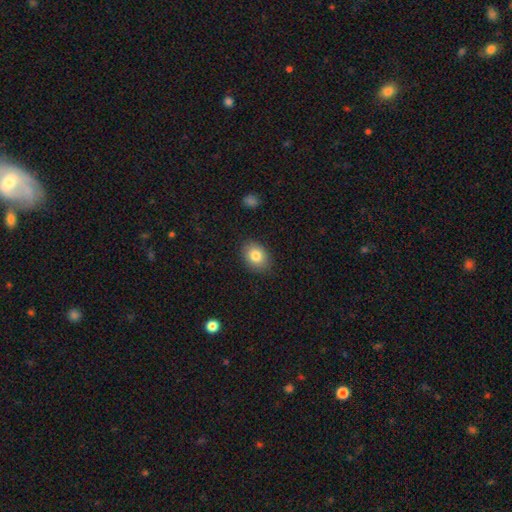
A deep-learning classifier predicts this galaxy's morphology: smooth-or-featured: smooth: 83% | featured or disk: 9% | star or artifact: 8%
  how-rounded: in between: 69% | round: 30% | cigar-shaped: 1%
  merging: none: 87% | minor disturbance: 10% | major disturbance: 2% | merger: 1%